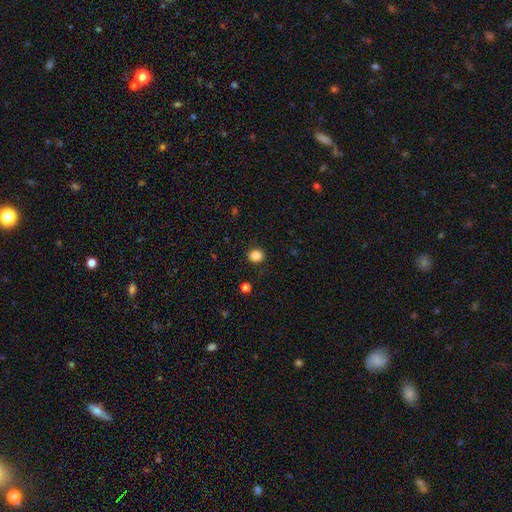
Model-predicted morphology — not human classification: This is clearly a smooth galaxy (85%). How rounded: likely round (80%). Merging: clearly none (90%).